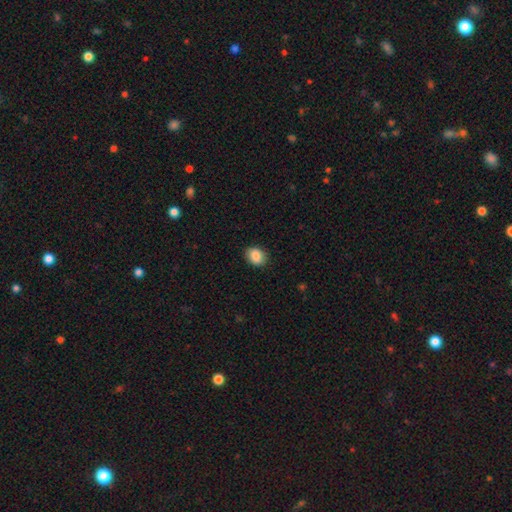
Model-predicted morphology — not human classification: Smooth or featured? Predicted: smooth (p=0.87). How rounded? Predicted: in between (p=0.55). Merging? Predicted: none (p=0.88).